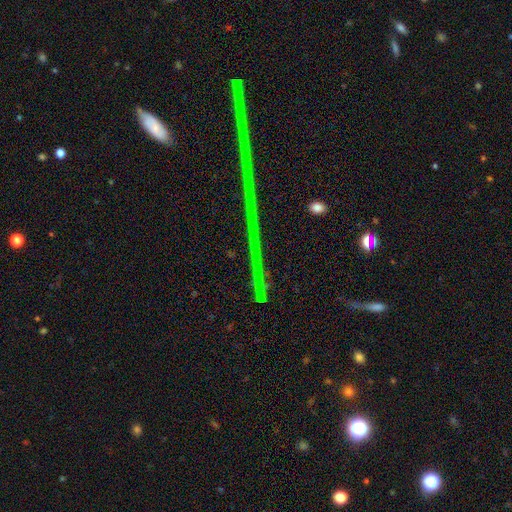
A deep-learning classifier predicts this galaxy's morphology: smooth-or-featured: star or artifact: 80% | featured or disk: 12% | smooth: 8%